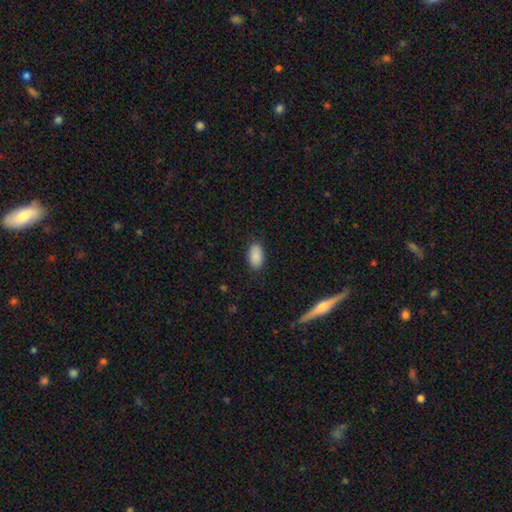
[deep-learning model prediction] Smooth or featured: smooth — 89% (star or artifact — 7%)
How rounded: in between — 93% (round — 5%)
Merging: none — 86% (minor disturbance — 10%)